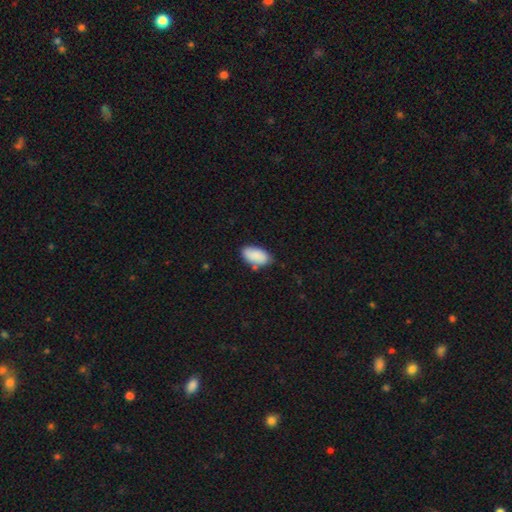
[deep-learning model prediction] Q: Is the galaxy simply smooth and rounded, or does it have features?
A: smooth — 88%.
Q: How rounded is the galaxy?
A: in between — 94%.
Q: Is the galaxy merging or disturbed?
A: none — 73%.